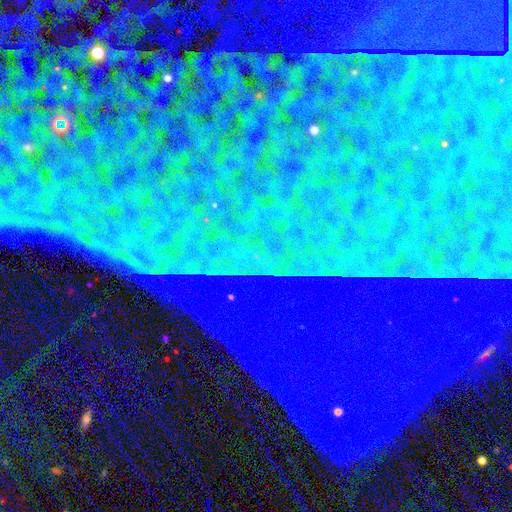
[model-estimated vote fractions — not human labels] Smooth or featured? star or artifact (87%)